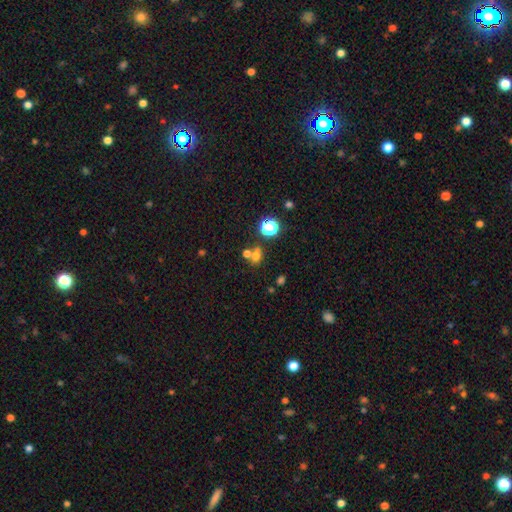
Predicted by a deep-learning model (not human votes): This is likely a smooth galaxy (65%). How rounded: possibly round (57%). Merging: possibly none (51%).